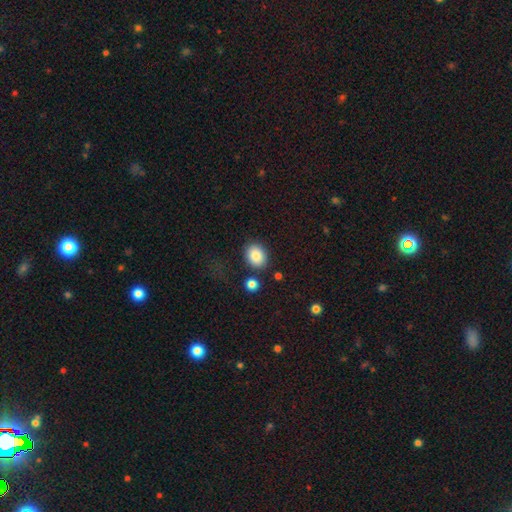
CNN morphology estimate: Smooth or featured? smooth (86%)
How rounded? in between (54%)
Merging? none (82%)